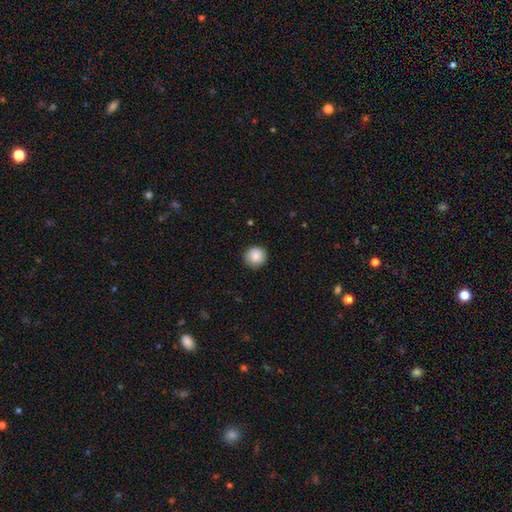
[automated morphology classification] This appears to be a smooth galaxy with no disk features (87%) that is round (94%). Merging: none (89%).